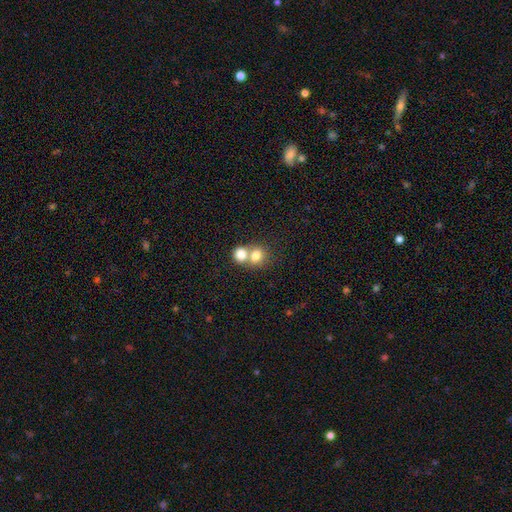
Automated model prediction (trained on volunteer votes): smooth_or_featured: smooth (p=0.78) [alt: featured or disk p=0.12]
how_rounded: round (p=0.67) [alt: in between p=0.32]
merging: merger (p=0.62) [alt: none p=0.30]